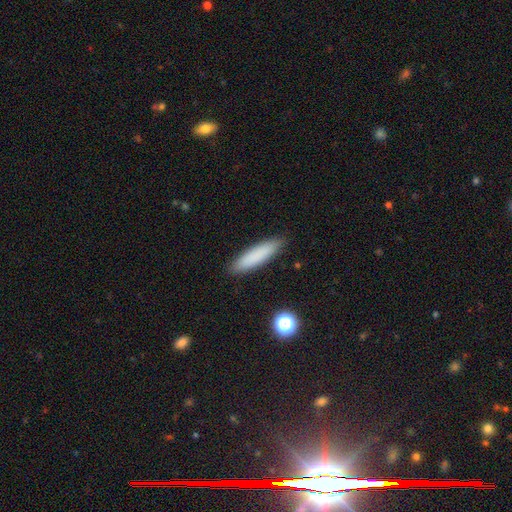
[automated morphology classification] The model was most divided on "how rounded": cigar-shaped: 78%, in between: 21%, round: 1%. More confident: merging — none (90%); smooth or featured — smooth (84%).